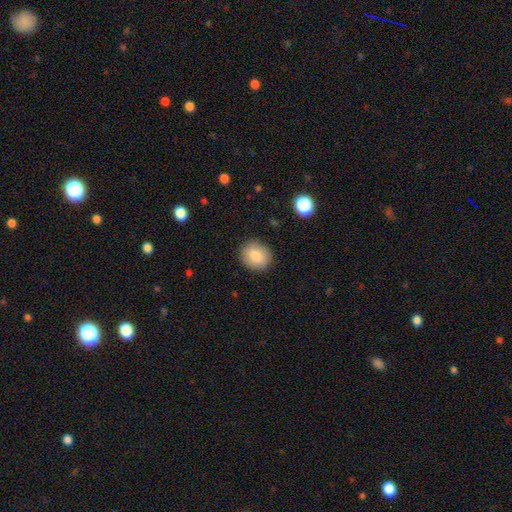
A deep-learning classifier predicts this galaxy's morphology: This is clearly a smooth galaxy (83%). How rounded: likely round (67%). Merging: clearly none (87%).